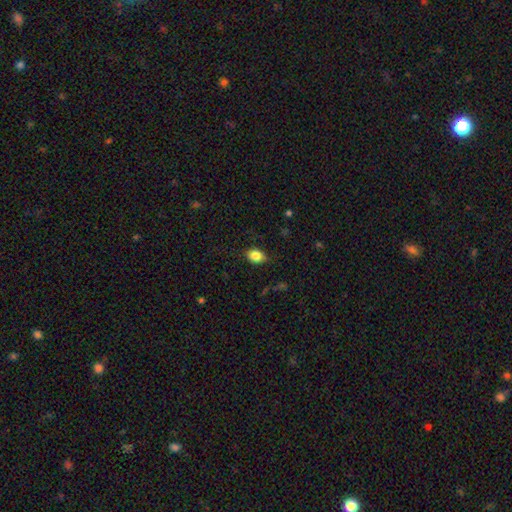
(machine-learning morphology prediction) A smooth galaxy with no disk features (84%) that is in between round and cigar-shaped (69%).

Vote fractions:
- Smooth or featured? smooth: 84% / star or artifact: 9% / featured or disk: 7%
- How rounded? in between: 69% / round: 30% / cigar-shaped: 1%
- Merging? none: 82% / minor disturbance: 14% / major disturbance: 3% / merger: 1%